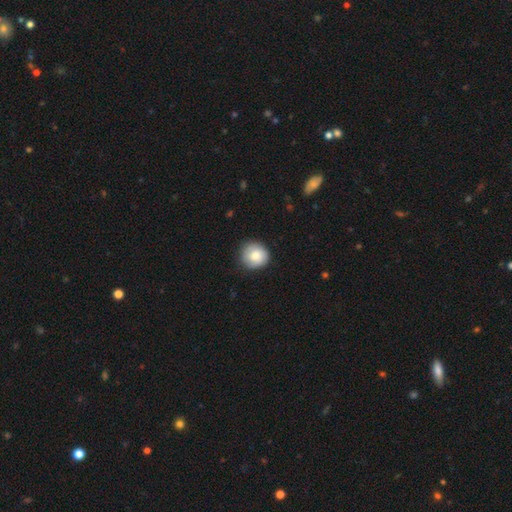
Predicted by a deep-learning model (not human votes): This is likely a smooth galaxy (80%). How rounded: clearly round (89%). Merging: clearly none (82%).